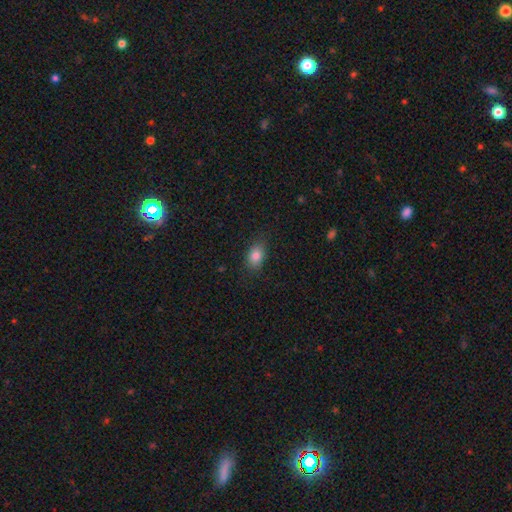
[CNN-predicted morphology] smooth 84%, star or artifact 9%, featured or disk 7%. Down the decision tree: how rounded — in between (80%); merging — none (81%).